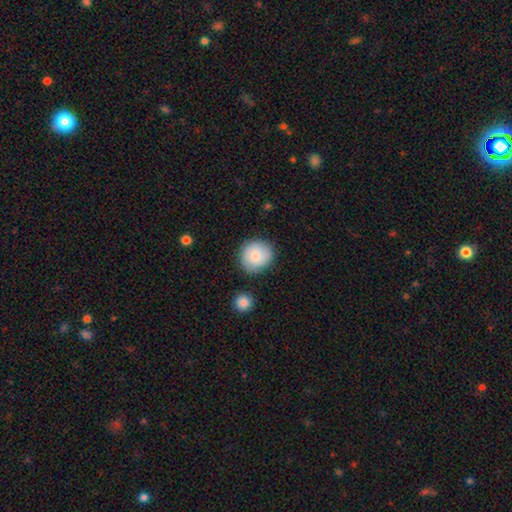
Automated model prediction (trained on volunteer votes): smooth_or_featured: smooth (p=0.81) [alt: featured or disk p=0.12]
how_rounded: round (p=0.89) [alt: in between p=0.10]
merging: none (p=0.82) [alt: minor disturbance p=0.12]